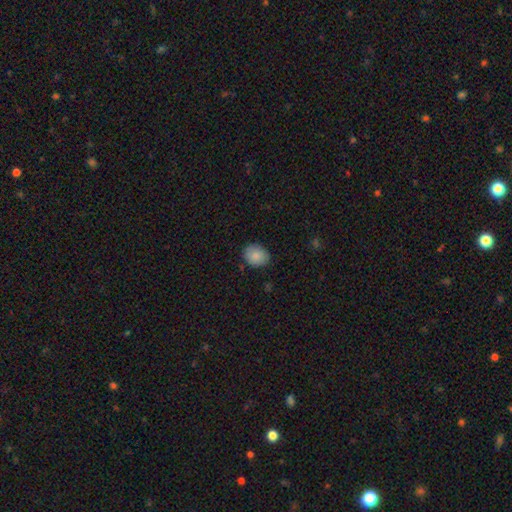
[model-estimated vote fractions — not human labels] Smooth or featured?
  - smooth: 86% *
  - star or artifact: 8%
  - featured or disk: 6%
How rounded?
  - round: 51% *
  - in between: 48%
  - cigar-shaped: 1%
Merging?
  - none: 84% *
  - minor disturbance: 13%
  - major disturbance: 2%
  - merger: 1%